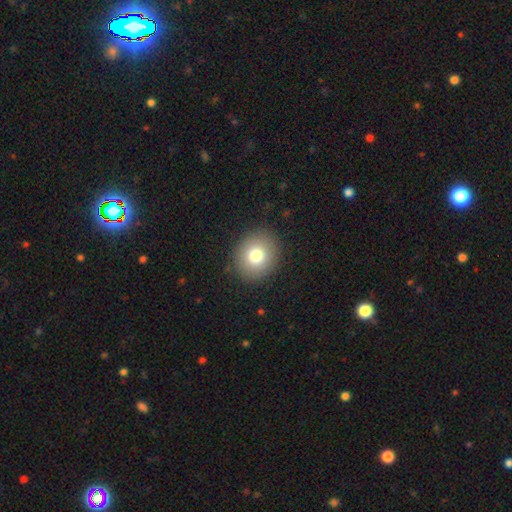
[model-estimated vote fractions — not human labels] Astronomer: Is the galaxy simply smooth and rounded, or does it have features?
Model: smooth — 78%.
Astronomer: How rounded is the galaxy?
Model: round — 79%.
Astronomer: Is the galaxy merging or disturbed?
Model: none — 90%.